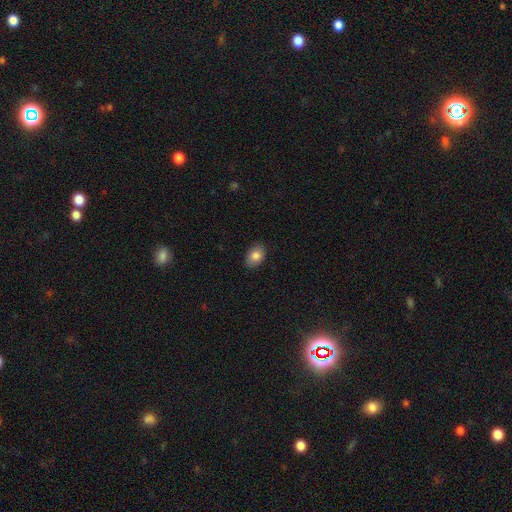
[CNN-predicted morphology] Overall: smooth (84%). How rounded: in between (79%). Merging: none (86%).